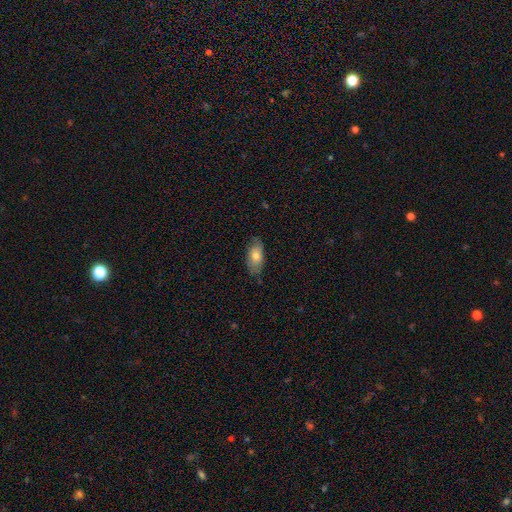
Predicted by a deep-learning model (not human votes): smooth_or_featured: smooth (p=0.71) [alt: featured or disk p=0.22]
how_rounded: in between (p=0.89) [alt: cigar-shaped p=0.08]
merging: none (p=0.75) [alt: minor disturbance p=0.20]